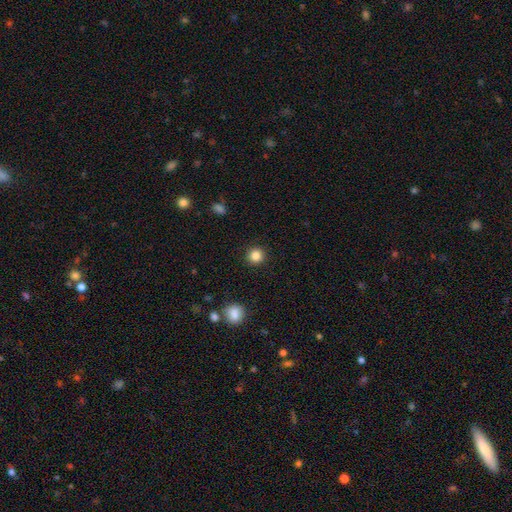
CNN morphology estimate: This is clearly a smooth galaxy (85%). How rounded: clearly round (92%). Merging: clearly none (92%).